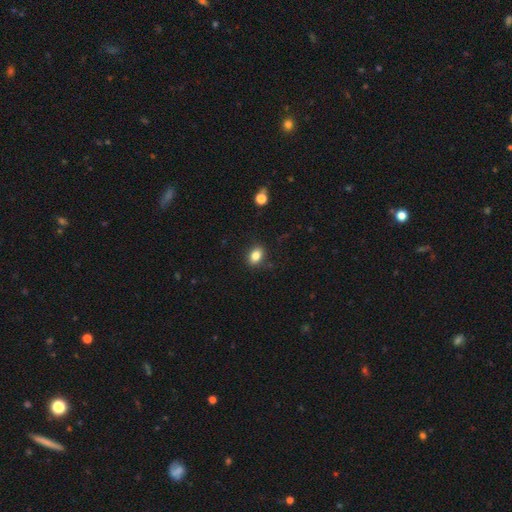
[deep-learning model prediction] This appears to be a smooth galaxy with no disk features (83%) that is in between round and cigar-shaped (74%). Merging: none (86%).